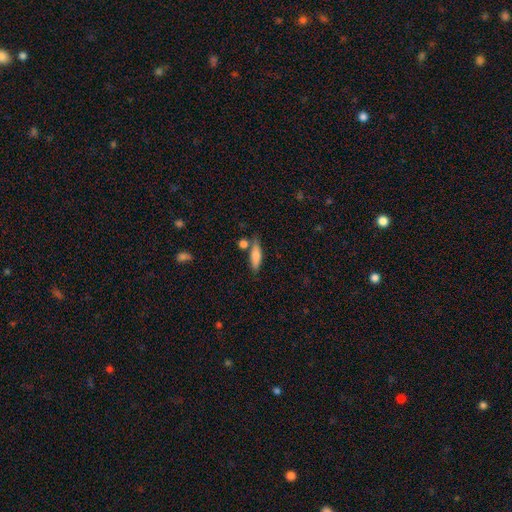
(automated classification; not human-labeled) The model was most divided on "how rounded": cigar-shaped: 54%, in between: 43%, round: 3%. More confident: smooth or featured — smooth (80%); merging — none (67%).